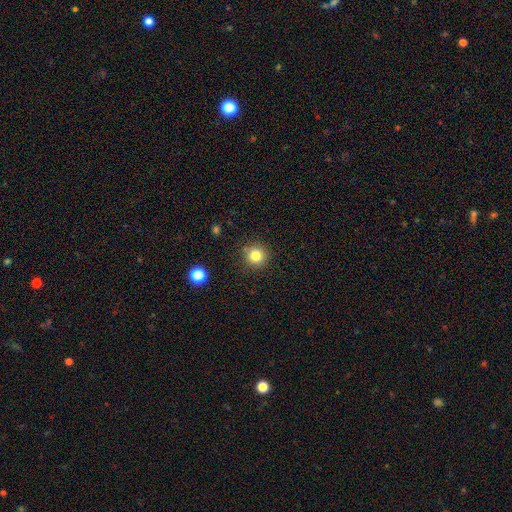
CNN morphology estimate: Smooth or featured?
  - smooth: 82% *
  - star or artifact: 12%
  - featured or disk: 6%
How rounded?
  - round: 94% *
  - in between: 5%
  - cigar-shaped: 1%
Merging?
  - none: 88% *
  - minor disturbance: 8%
  - major disturbance: 2%
  - merger: 2%